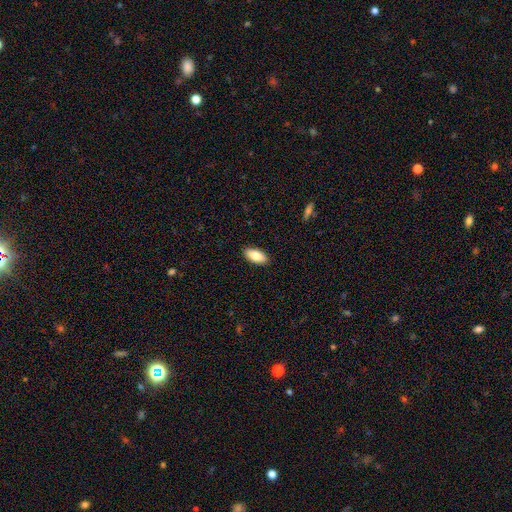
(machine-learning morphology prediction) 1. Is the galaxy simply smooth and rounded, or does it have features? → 83% smooth, 11% featured or disk, 6% star or artifact.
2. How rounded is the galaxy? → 93% in between, 5% cigar-shaped, 2% round.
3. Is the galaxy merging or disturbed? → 90% none, 7% minor disturbance, 2% major disturbance, 1% merger.